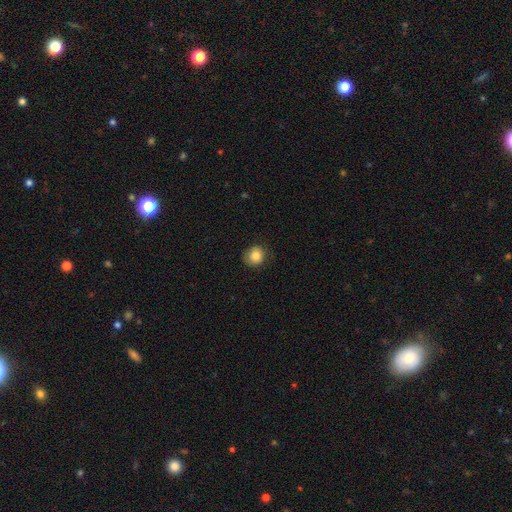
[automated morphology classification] This is clearly a smooth galaxy (83%). How rounded: clearly round (83%). Merging: likely none (76%).